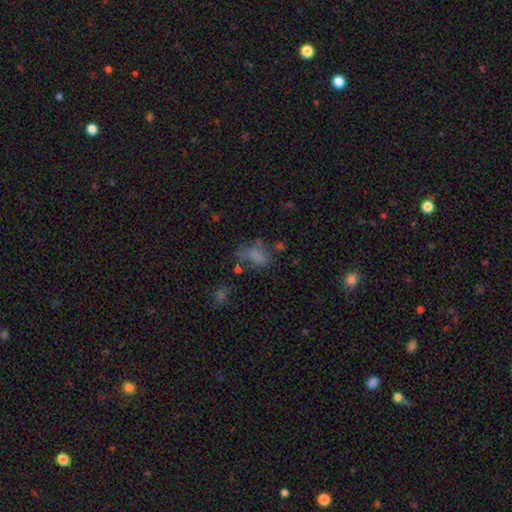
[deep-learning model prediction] Smooth or featured: smooth — 65% (featured or disk — 18%)
How rounded: in between — 82% (round — 13%)
Merging: none — 39% (major disturbance — 24%)